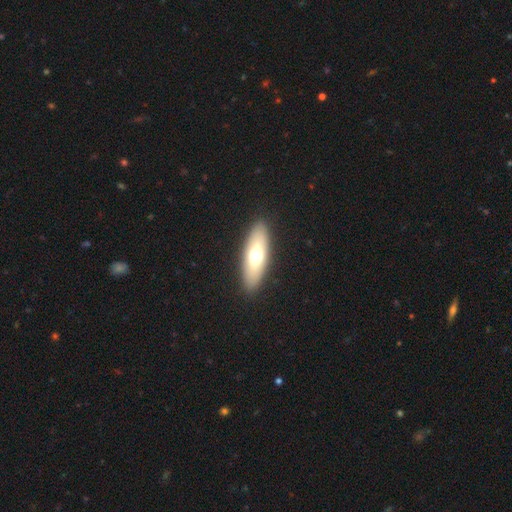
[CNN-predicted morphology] Overall: smooth (62%; featured or disk 32%). How rounded: in between (65%; cigar-shaped 32%). Merging: none (89%).